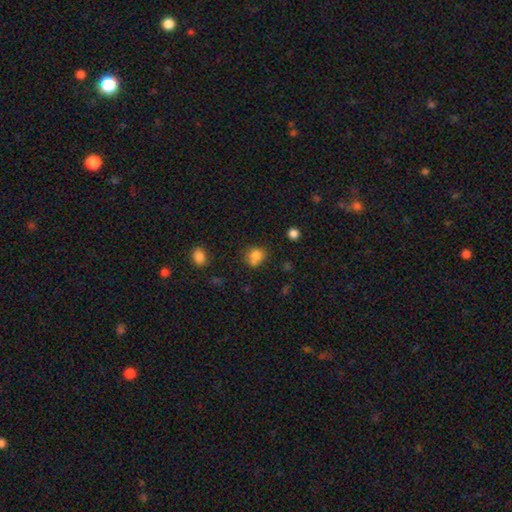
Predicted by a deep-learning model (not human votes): smooth 79%, star or artifact 12%, featured or disk 9%. Down the decision tree: how rounded — round (71%); merging — none (52%).